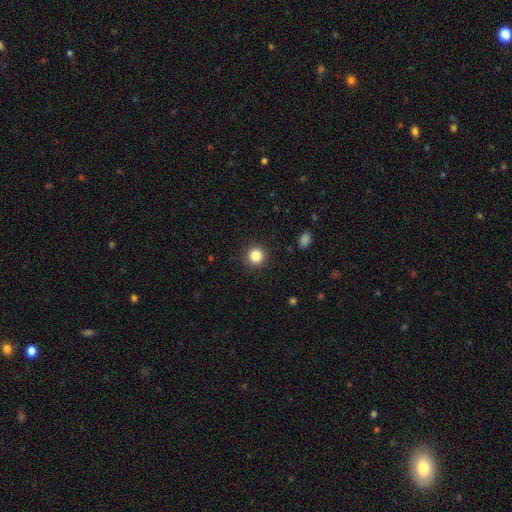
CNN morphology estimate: Q: Smooth or featured?
A: smooth (84%); runner-up: star or artifact (11%)
Q: How rounded?
A: round (94%); runner-up: in between (5%)
Q: Merging?
A: none (91%); runner-up: minor disturbance (6%)